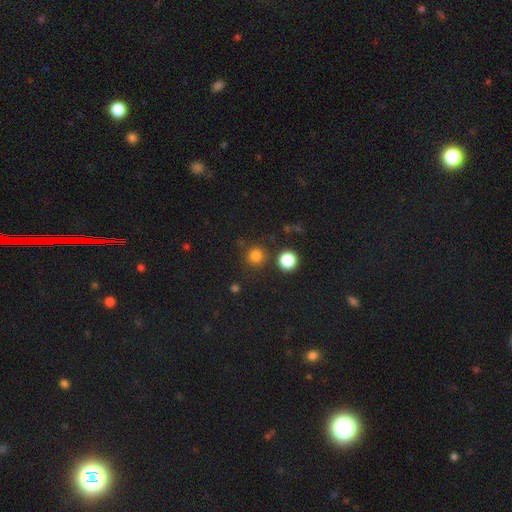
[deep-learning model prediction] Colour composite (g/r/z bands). It shows a smooth galaxy with no disk features (78%) that is round (92%). Merging: none (83%).